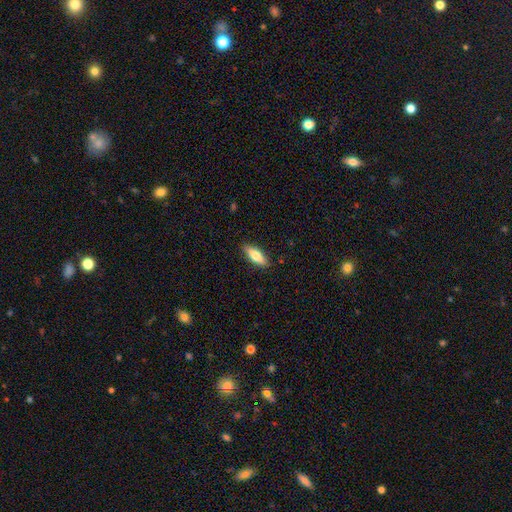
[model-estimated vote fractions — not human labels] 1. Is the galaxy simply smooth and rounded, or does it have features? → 71% smooth, 23% featured or disk, 6% star or artifact.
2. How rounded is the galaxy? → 59% in between, 39% cigar-shaped, 2% round.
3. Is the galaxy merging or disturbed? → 87% none, 10% minor disturbance, 2% major disturbance, 1% merger.